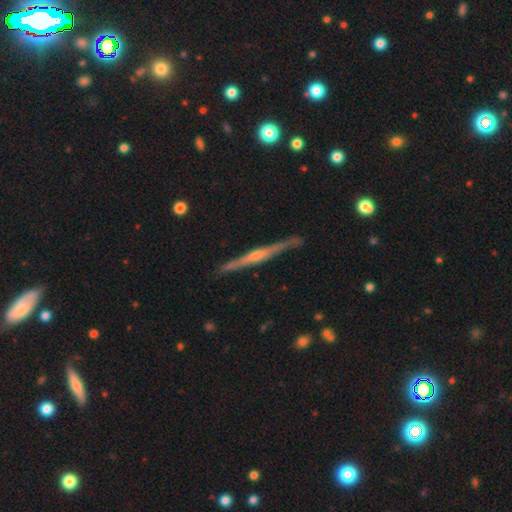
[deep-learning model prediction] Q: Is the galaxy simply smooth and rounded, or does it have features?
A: featured or disk — 82%.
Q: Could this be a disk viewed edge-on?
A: yes — 98%.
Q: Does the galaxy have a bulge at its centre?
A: rounded — 74%.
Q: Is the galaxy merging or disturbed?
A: none — 90%.